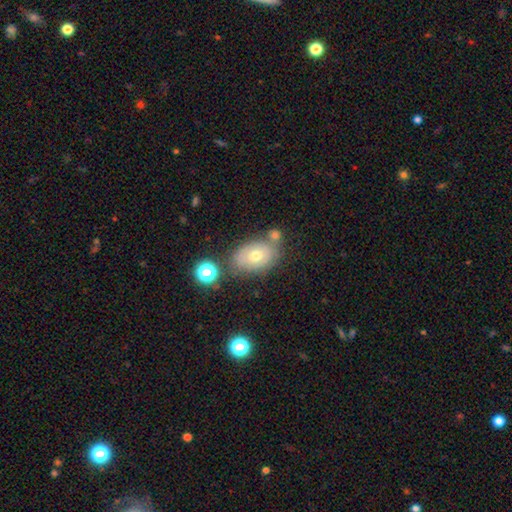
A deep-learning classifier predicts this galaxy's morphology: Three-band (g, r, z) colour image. It shows a smooth galaxy with no disk features (51%) that is in between round and cigar-shaped (80%). Merging: none (59%).